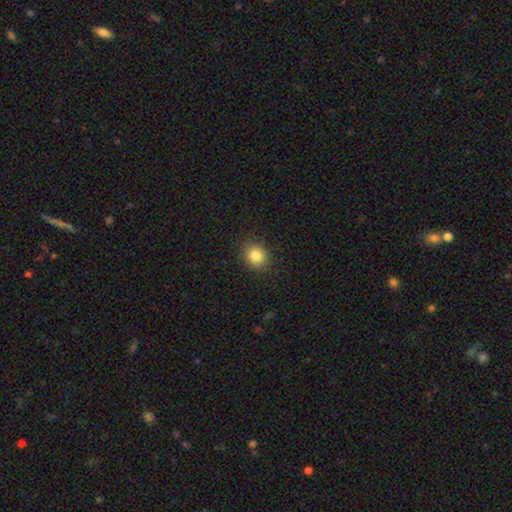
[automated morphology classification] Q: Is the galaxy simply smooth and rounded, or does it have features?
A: smooth — 84%.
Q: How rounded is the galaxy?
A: round — 70%.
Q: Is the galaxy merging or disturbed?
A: none — 89%.